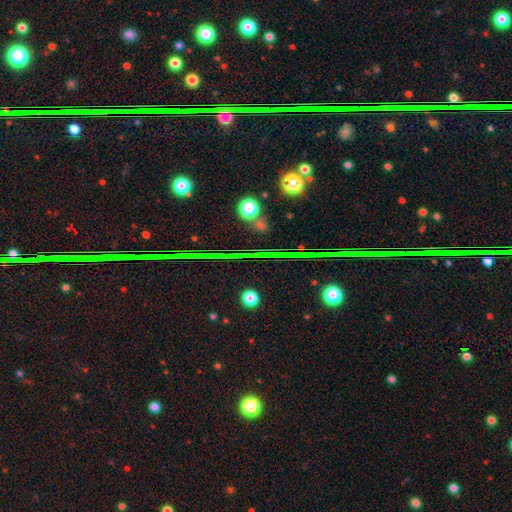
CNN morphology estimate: Smooth or featured?
  - star or artifact: 80% *
  - smooth: 10%
  - featured or disk: 10%